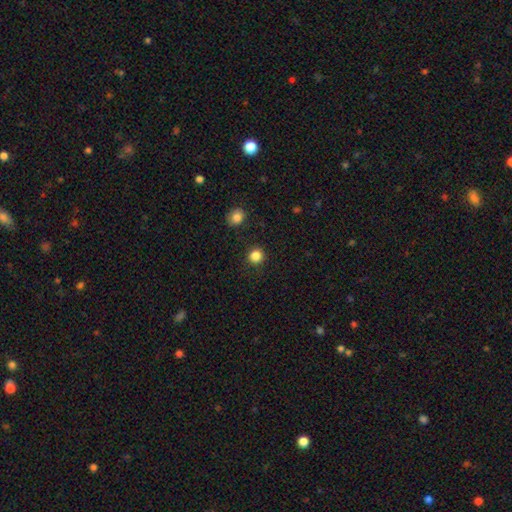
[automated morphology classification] The model was most divided on "smooth or featured": smooth: 85%, star or artifact: 11%, featured or disk: 4%. More confident: how rounded — round (93%); merging — none (91%).